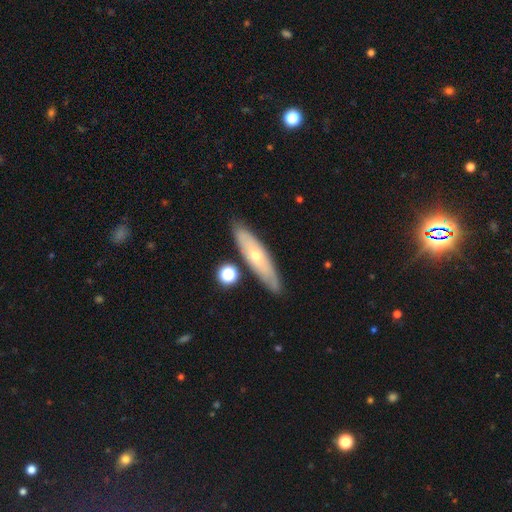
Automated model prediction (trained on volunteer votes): A featured or disk galaxy (51%) viewed edge-on (54%).

Vote fractions:
- Smooth or featured? featured or disk: 51% / smooth: 43% / star or artifact: 7%
- Edge-on disk? yes: 54% / no: 46%
- Merging? none: 81% / minor disturbance: 12% / merger: 4% / major disturbance: 2%